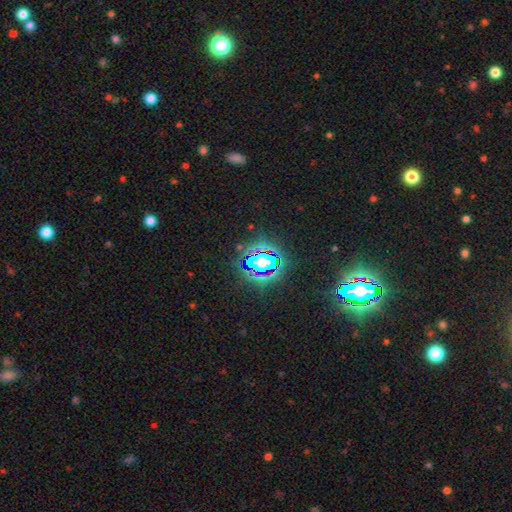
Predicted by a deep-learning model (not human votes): Morphology: type=star or artifact (74%).